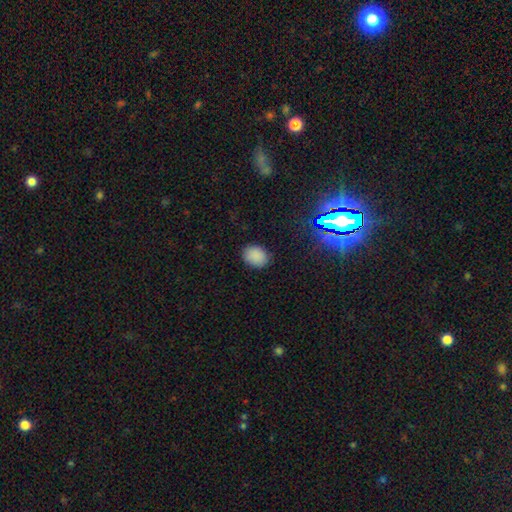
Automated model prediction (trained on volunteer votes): Smooth or featured? Predicted: smooth (p=0.84). How rounded? Predicted: in between (p=0.57). Merging? Predicted: none (p=0.86).